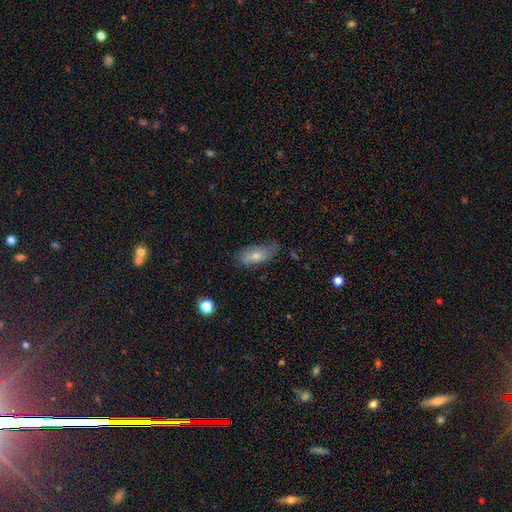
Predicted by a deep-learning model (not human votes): The model was most divided on "merging": none: 56%, minor disturbance: 32%, major disturbance: 9%, merger: 2%. More confident: how rounded — in between (85%); smooth or featured — smooth (69%).